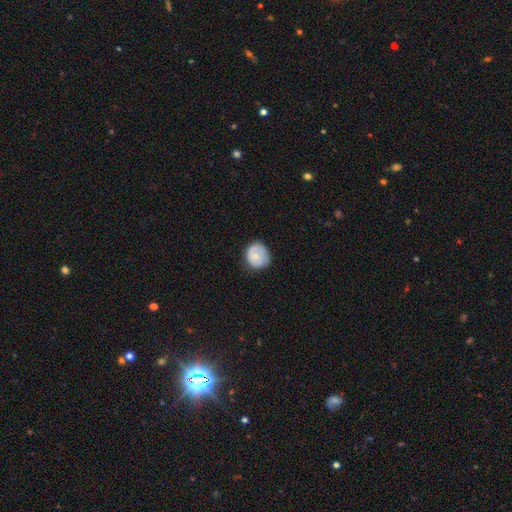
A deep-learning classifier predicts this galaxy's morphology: Overall: smooth (76%). How rounded: round (84%). Merging: none (73%).